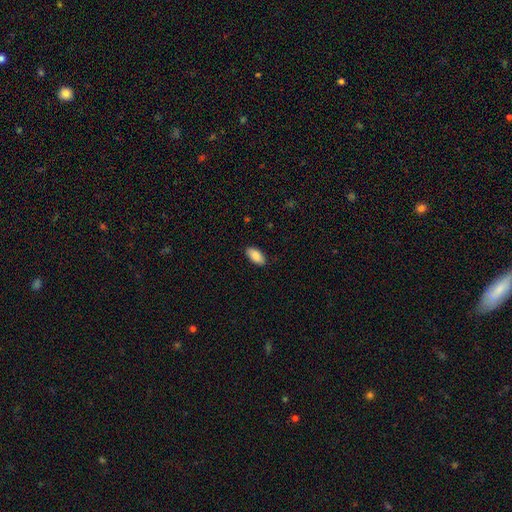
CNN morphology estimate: smooth 87%, featured or disk 7%, star or artifact 6%. Down the decision tree: how rounded — in between (93%); merging — none (88%).